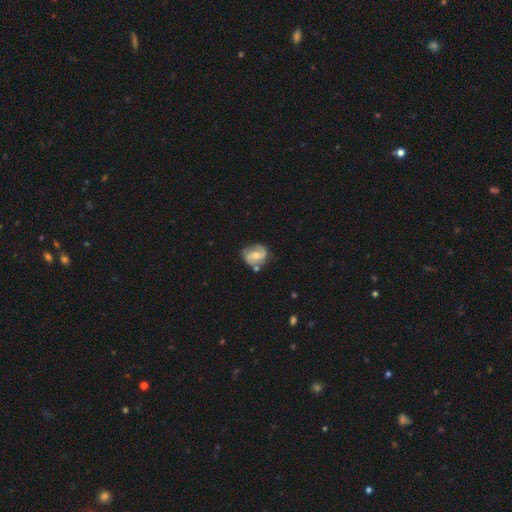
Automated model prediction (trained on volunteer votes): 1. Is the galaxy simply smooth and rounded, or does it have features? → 69% featured or disk, 25% smooth, 7% star or artifact.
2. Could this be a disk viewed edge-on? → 97% no, 3% yes.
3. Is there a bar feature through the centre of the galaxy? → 44% weak (tied), 44% no (tied), 12% strong.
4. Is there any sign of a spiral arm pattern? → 91% yes, 9% no.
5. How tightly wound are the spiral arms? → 46% medium, 29% loose, 25% tight.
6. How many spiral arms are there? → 83% 2, 8% can't tell, 4% 1, 3% 3, 1% 4, 1% more than 4.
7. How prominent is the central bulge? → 50% moderate, 41% small, 5% none, 3% large, 1% dominant.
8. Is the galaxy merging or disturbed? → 66% none, 20% minor disturbance, 7% merger, 6% major disturbance.